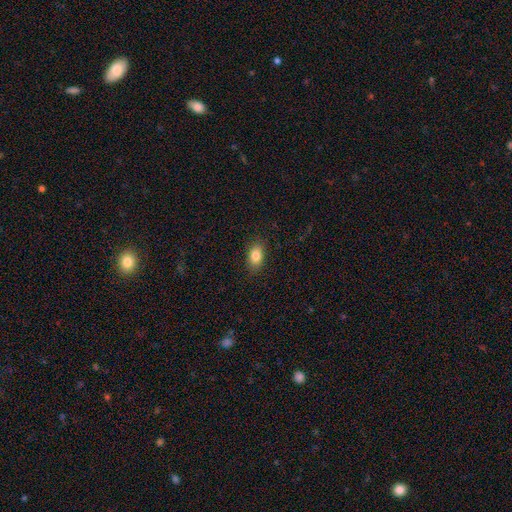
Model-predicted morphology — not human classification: Smooth or featured? smooth (85%)
How rounded? in between (84%)
Merging? none (86%)